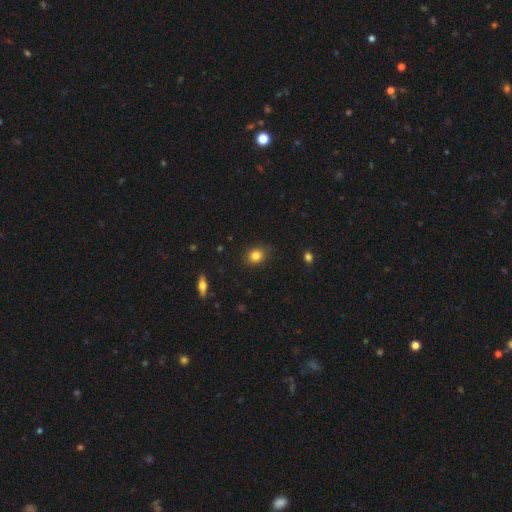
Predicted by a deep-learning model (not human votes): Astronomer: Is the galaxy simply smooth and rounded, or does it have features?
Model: smooth — 83%.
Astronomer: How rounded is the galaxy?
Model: round — 63%.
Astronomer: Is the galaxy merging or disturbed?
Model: none — 82%.